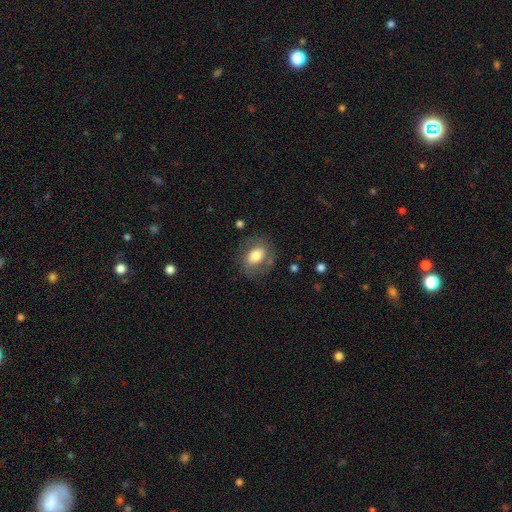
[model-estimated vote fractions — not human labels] A smooth galaxy with no disk features (65%) that is in between round and cigar-shaped (65%).

Vote fractions:
- Smooth or featured? smooth: 65% / featured or disk: 27% / star or artifact: 8%
- How rounded? in between: 65% / round: 34% / cigar-shaped: 1%
- Merging? none: 74% / minor disturbance: 16% / major disturbance: 9% / merger: 2%